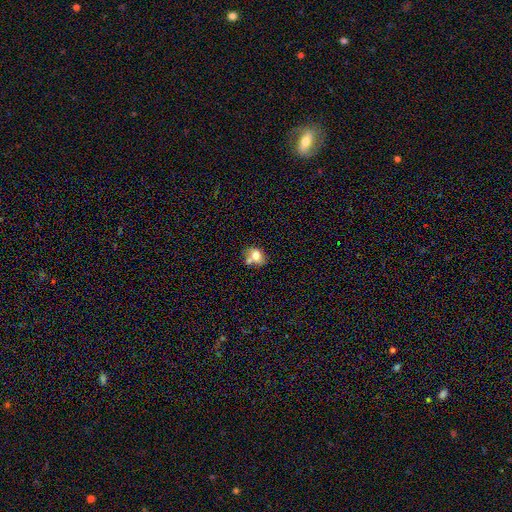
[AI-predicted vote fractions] A smooth galaxy with no disk features (70%) that is in between round and cigar-shaped (59%).

Vote fractions:
- Smooth or featured? smooth: 70% / featured or disk: 20% / star or artifact: 10%
- How rounded? in between: 59% / round: 40% / cigar-shaped: 1%
- Merging? none: 42% / merger: 33% / minor disturbance: 18% / major disturbance: 8%